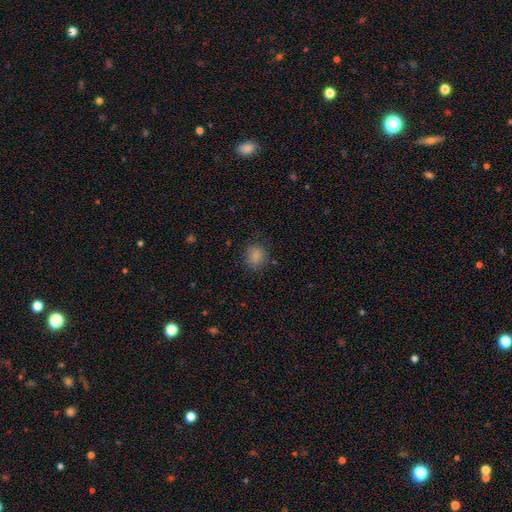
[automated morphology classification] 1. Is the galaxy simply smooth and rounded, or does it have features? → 83% smooth, 12% star or artifact, 4% featured or disk.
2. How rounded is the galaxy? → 70% round, 29% in between, 1% cigar-shaped.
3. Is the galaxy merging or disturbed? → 83% none, 12% minor disturbance, 4% major disturbance, 1% merger.